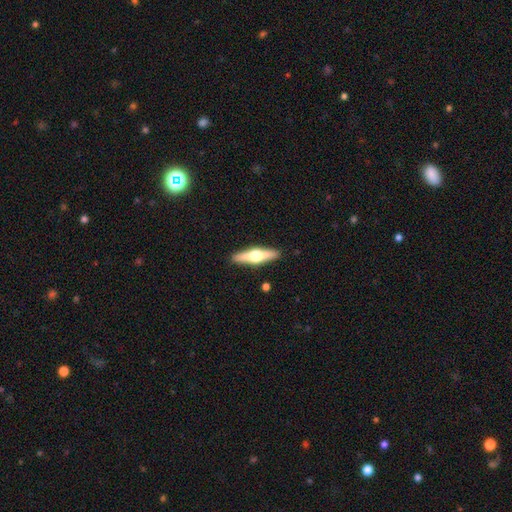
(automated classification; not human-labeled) Smooth or featured? featured or disk (60%)
Edge-on disk? yes (95%)
Edge-on bulge? rounded (96%)
Merging? none (91%)